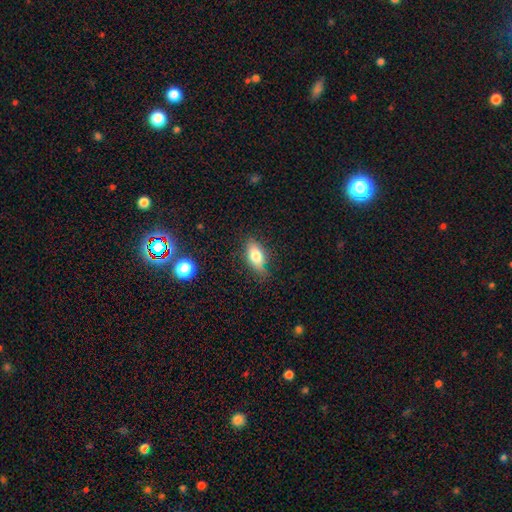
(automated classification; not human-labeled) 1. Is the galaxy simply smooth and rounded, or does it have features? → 76% smooth, 15% featured or disk, 9% star or artifact.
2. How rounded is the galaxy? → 84% in between, 9% cigar-shaped, 6% round.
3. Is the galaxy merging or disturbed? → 75% none, 19% minor disturbance, 4% major disturbance, 2% merger.